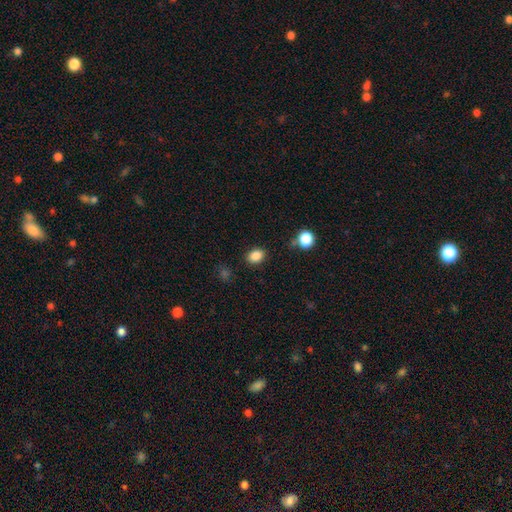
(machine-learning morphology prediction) Q: Smooth or featured?
A: smooth (86%); runner-up: star or artifact (10%)
Q: How rounded?
A: in between (66%); runner-up: round (33%)
Q: Merging?
A: none (84%); runner-up: minor disturbance (10%)